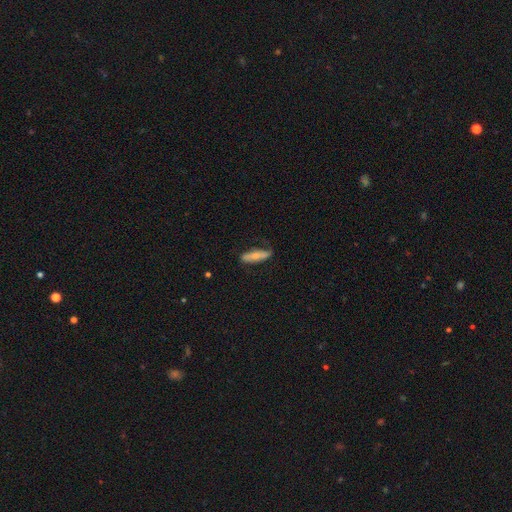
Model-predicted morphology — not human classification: The model was most divided on "smooth or featured": smooth: 57%, featured or disk: 37%, star or artifact: 6%. More confident: merging — none (72%); how rounded — cigar-shaped (59%).